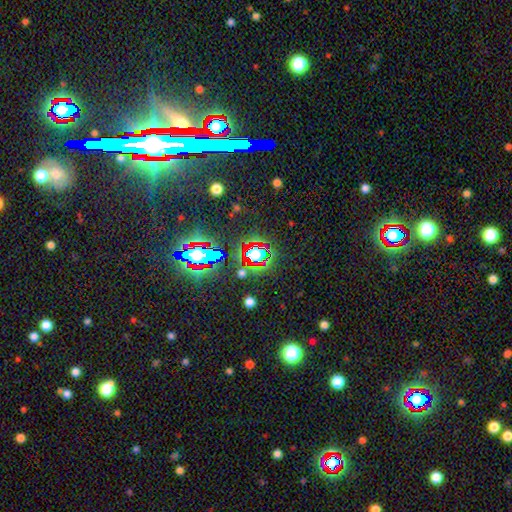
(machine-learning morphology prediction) smooth-or-featured: star or artifact: 68% | smooth: 22% | featured or disk: 10%